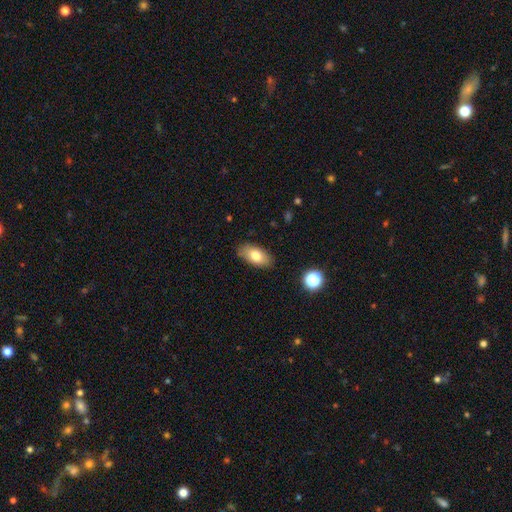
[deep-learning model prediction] Smooth or featured? smooth (77%)
How rounded? in between (91%)
Merging? none (85%)